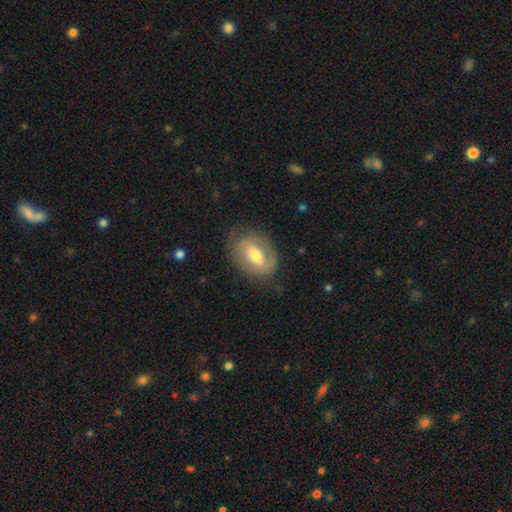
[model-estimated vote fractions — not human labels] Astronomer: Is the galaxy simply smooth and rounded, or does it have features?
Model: featured or disk — 56% (runner-up: smooth, 37%).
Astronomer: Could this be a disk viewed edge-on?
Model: no — 93%.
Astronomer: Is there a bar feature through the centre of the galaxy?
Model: weak — 42% (runner-up: strong, 31%).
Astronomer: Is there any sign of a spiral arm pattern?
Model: yes — 61% (runner-up: no, 39%).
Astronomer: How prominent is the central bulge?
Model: moderate — 69%.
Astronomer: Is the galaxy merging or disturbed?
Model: none — 71%.